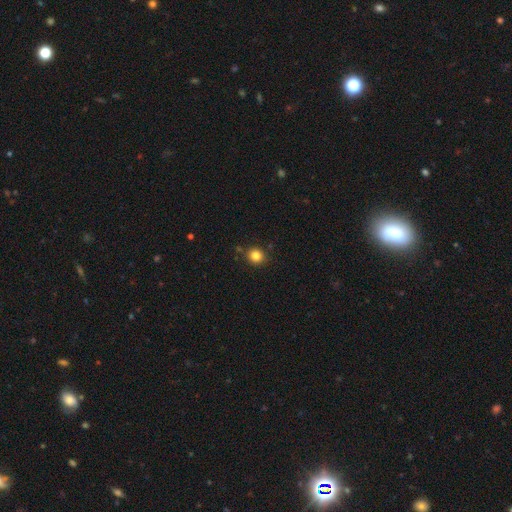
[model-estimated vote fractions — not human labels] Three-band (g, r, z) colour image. It shows a smooth galaxy with no disk features (83%) that is round (90%). Merging: none (87%).